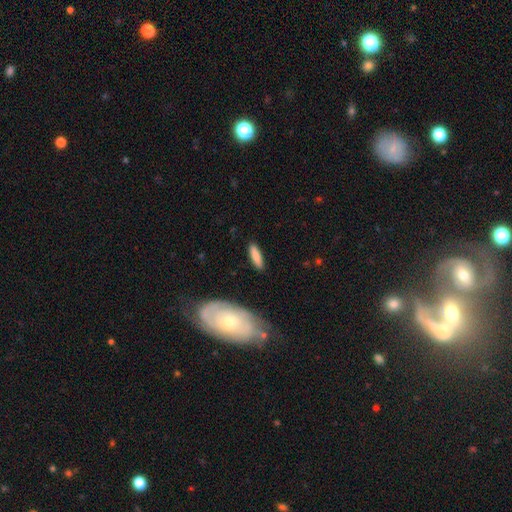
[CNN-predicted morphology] smooth 83%, featured or disk 12%, star or artifact 6%. Down the decision tree: how rounded — cigar-shaped (65%); merging — none (86%).